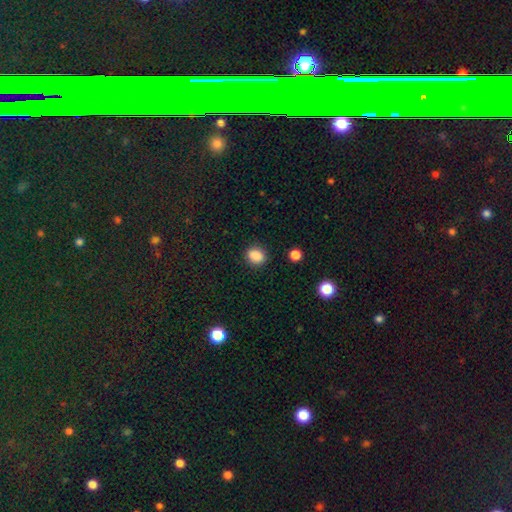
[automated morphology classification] Q: Smooth or featured?
A: smooth (87%); runner-up: star or artifact (10%)
Q: How rounded?
A: round (52%); runner-up: in between (47%)
Q: Merging?
A: none (87%); runner-up: minor disturbance (9%)